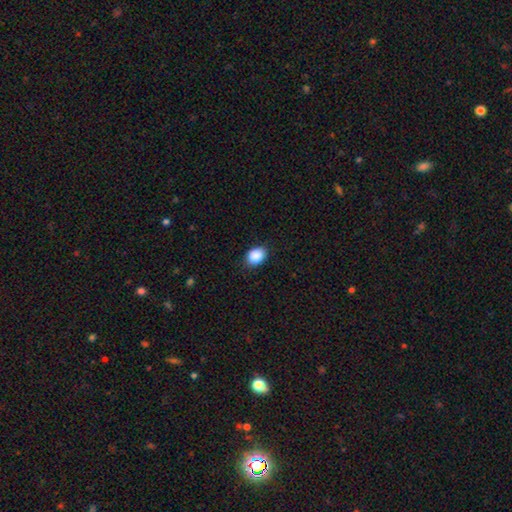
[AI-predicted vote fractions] Morphology: type=smooth (90%); roundness=in between (75%); merging=none (86%).